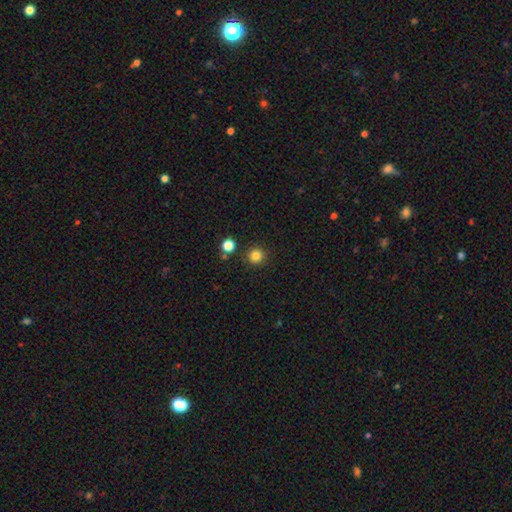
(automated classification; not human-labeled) This is clearly a smooth galaxy (82%). How rounded: clearly round (95%). Merging: clearly none (90%).